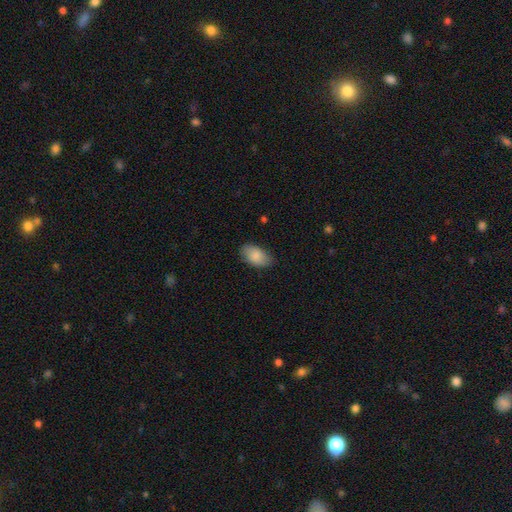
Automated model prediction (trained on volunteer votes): A smooth galaxy with no disk features (87%) that is in between round and cigar-shaped (94%). Merging: none (82%).